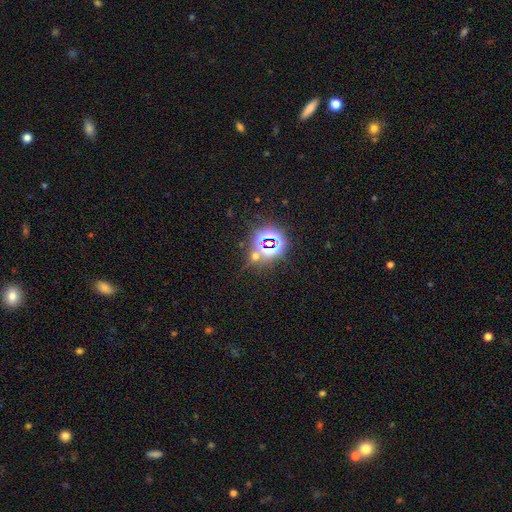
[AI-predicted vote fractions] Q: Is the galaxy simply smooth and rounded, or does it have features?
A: star or artifact — 71%.